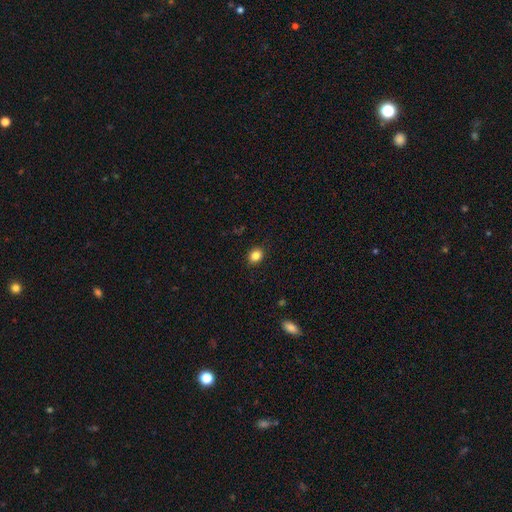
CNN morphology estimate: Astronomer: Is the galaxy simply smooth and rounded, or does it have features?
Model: smooth — 85%.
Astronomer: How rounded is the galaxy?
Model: round — 57% (runner-up: in between, 42%).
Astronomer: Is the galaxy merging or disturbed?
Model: none — 90%.